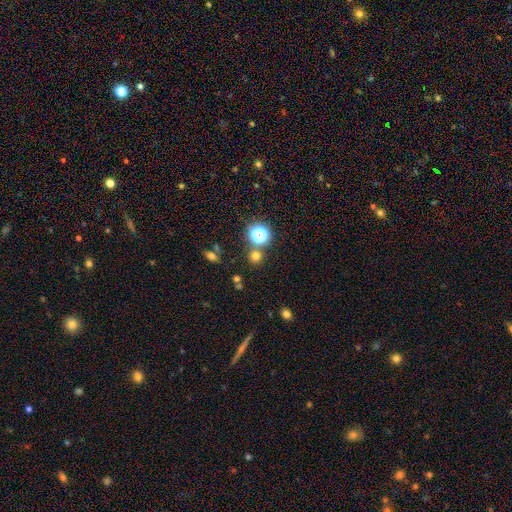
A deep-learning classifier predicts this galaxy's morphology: smooth 66%, star or artifact 28%, featured or disk 6%. Down the decision tree: how rounded — round (91%); merging — none (76%).